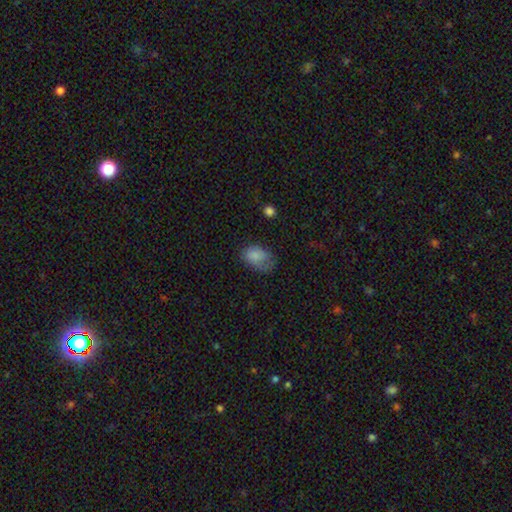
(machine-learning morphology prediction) This is clearly a smooth galaxy (80%). How rounded: clearly in between (85%). Merging: possibly none (45%).